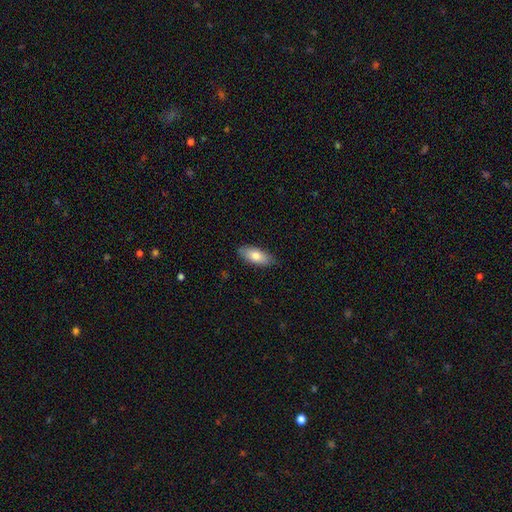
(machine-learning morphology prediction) smooth-or-featured: smooth: 79% | featured or disk: 15% | star or artifact: 6%
  how-rounded: in between: 83% | cigar-shaped: 14% | round: 2%
  merging: none: 85% | minor disturbance: 12% | major disturbance: 2% | merger: 1%